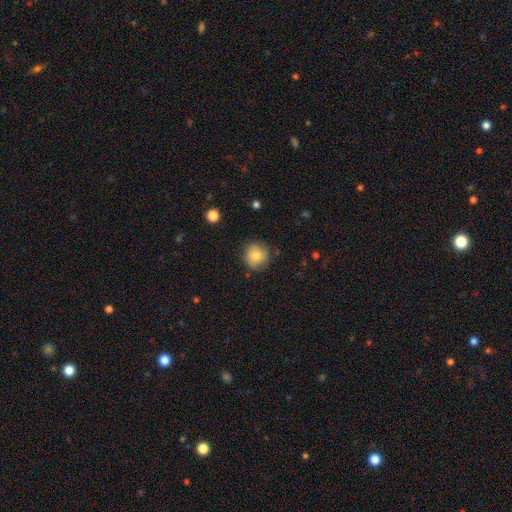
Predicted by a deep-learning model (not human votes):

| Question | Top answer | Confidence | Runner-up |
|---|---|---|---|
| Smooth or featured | smooth | 78% | featured or disk (13%) |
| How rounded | round | 91% | in between (8%) |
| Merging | none | 79% | minor disturbance (16%) |